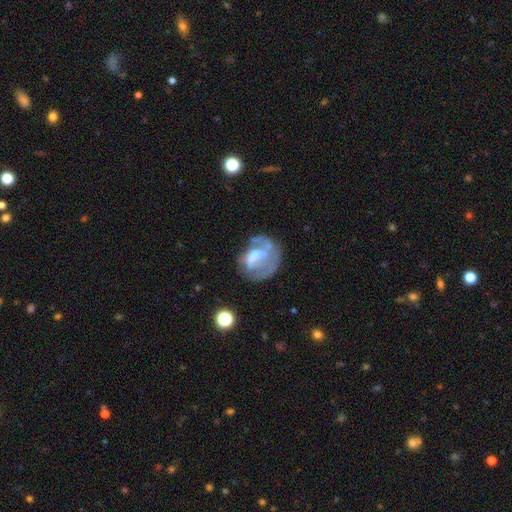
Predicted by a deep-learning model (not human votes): Q: Smooth or featured?
A: featured or disk (53%); runner-up: smooth (37%)
Q: Edge-on disk?
A: no (97%); runner-up: yes (3%)
Q: Bar?
A: no (66%); runner-up: weak (24%)
Q: Spiral arms?
A: no (76%); runner-up: yes (24%)
Q: Bulge size?
A: moderate (33%); runner-up: none (32%)
Q: Merging?
A: none (38%); runner-up: major disturbance (31%)